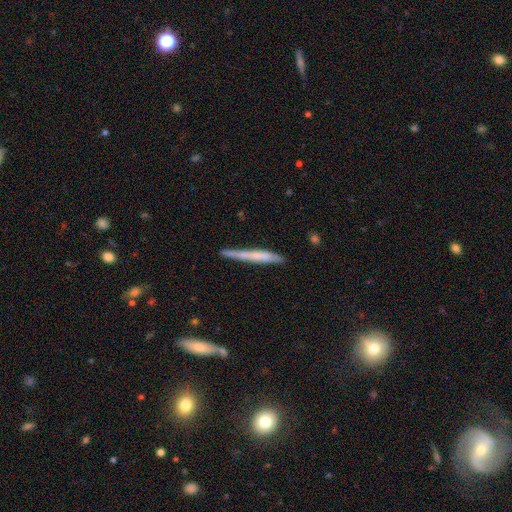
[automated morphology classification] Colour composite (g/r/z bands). It shows a smooth galaxy with no disk features (54%) that is cigar-shaped (96%). Merging: none (76%).